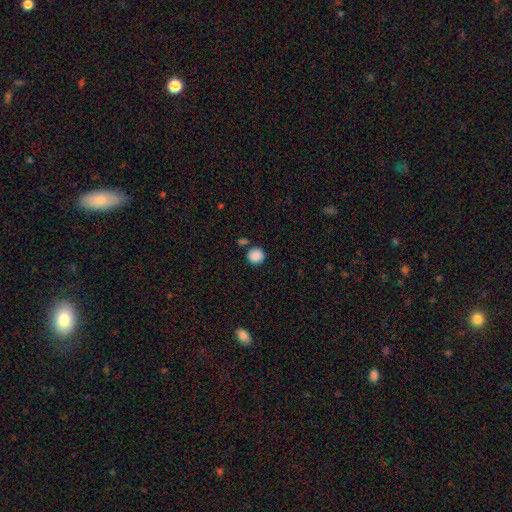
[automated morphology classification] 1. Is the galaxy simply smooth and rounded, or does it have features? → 88% smooth, 9% star or artifact, 3% featured or disk.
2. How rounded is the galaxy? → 91% round, 8% in between, 1% cigar-shaped.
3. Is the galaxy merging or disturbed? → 80% none, 10% minor disturbance, 7% merger, 3% major disturbance.